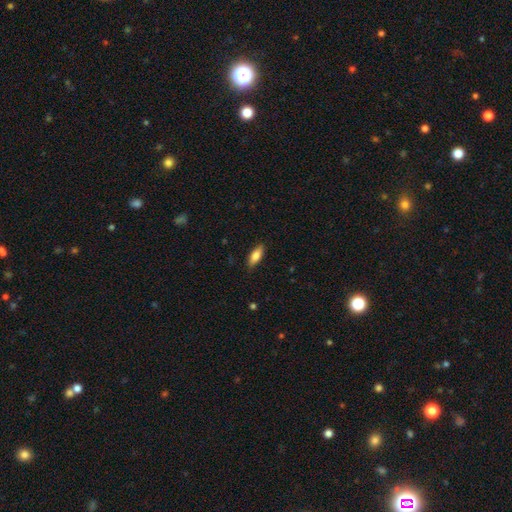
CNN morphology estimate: smooth-or-featured: smooth: 81% | featured or disk: 13% | star or artifact: 6%
  how-rounded: in between: 70% | cigar-shaped: 28% | round: 2%
  merging: none: 86% | minor disturbance: 11% | major disturbance: 2% | merger: 1%